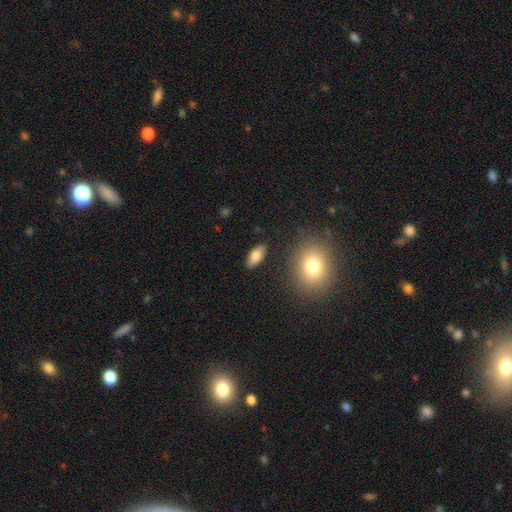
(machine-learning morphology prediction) smooth 81%, featured or disk 12%, star or artifact 7%. Down the decision tree: how rounded — in between (83%); merging — none (86%).